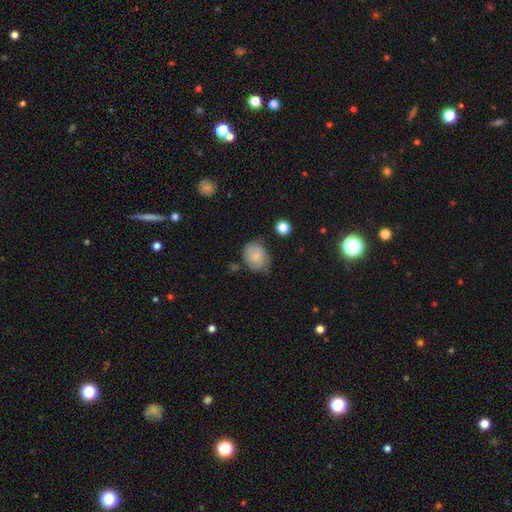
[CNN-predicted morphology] A smooth galaxy with no disk features (55%) that is round (56%).

Vote fractions:
- Smooth or featured? smooth: 55% / featured or disk: 37% / star or artifact: 8%
- How rounded? round: 56% / in between: 43% / cigar-shaped: 1%
- Merging? none: 56% / minor disturbance: 30% / major disturbance: 9% / merger: 4%